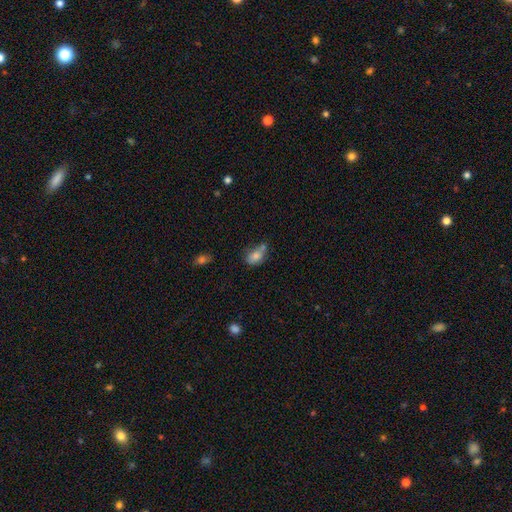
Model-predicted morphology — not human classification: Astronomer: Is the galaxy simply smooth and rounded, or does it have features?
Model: smooth — 78%.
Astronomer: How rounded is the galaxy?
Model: in between — 77%.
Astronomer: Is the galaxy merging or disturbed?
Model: none — 40% (runner-up: merger, 28%).